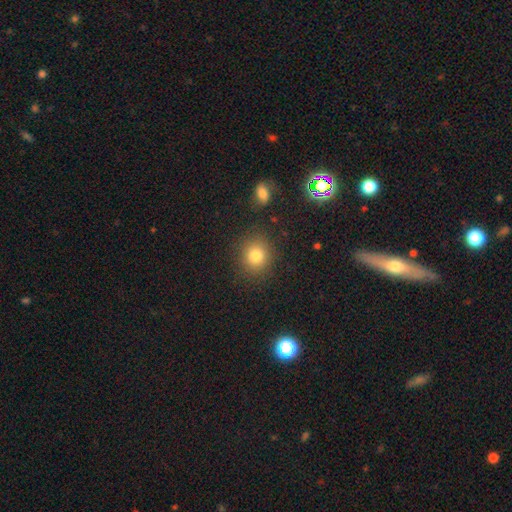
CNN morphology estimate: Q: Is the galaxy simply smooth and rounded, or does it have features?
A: smooth — 80%.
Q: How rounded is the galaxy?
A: round — 83%.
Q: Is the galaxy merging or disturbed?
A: none — 87%.